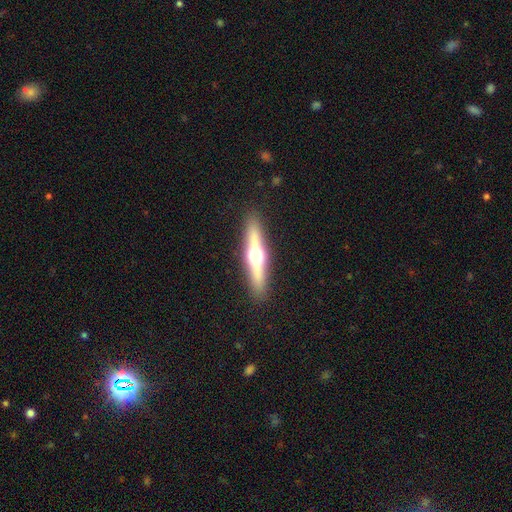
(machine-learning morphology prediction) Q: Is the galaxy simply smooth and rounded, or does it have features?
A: featured or disk — 66%.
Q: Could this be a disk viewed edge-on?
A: yes — 95%.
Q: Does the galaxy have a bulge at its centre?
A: rounded — 96%.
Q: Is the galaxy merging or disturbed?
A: none — 90%.